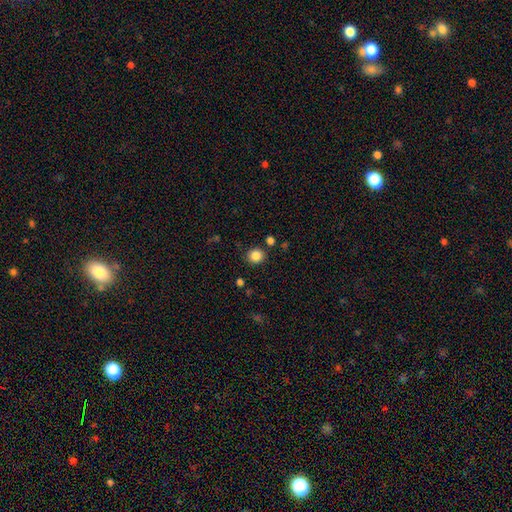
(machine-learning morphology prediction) Smooth or featured? smooth (85%)
How rounded? round (87%)
Merging? none (87%)